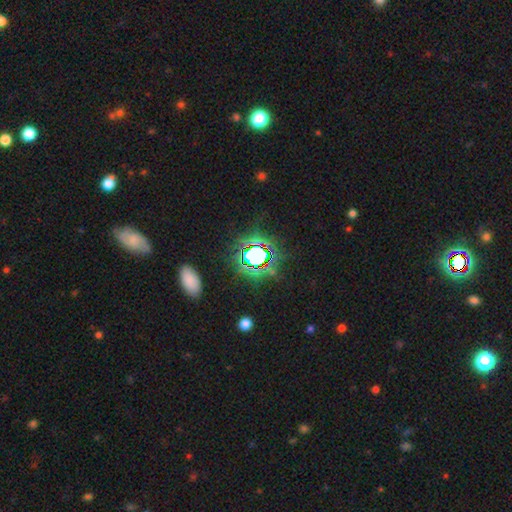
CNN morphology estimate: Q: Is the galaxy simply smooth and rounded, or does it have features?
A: star or artifact — 72%.